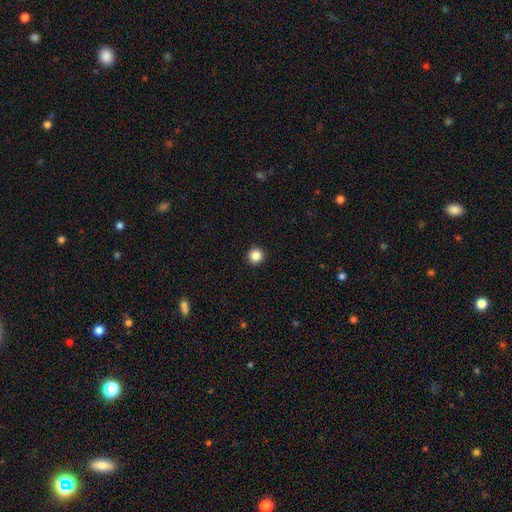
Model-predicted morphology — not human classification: smooth 86%, star or artifact 10%, featured or disk 3%. Down the decision tree: how rounded — round (96%); merging — none (94%).